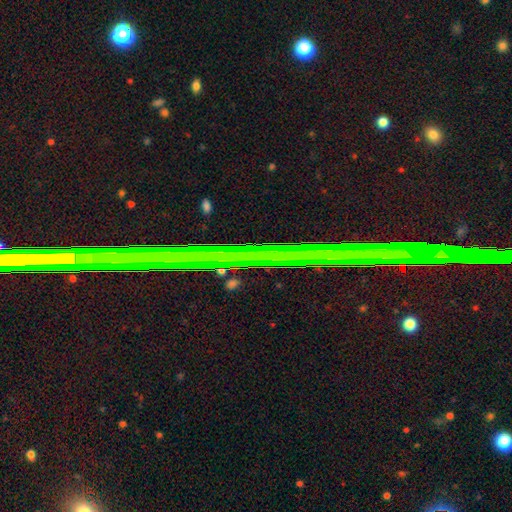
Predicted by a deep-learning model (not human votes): This appears to be a star or artifact, not a galaxy (69%).